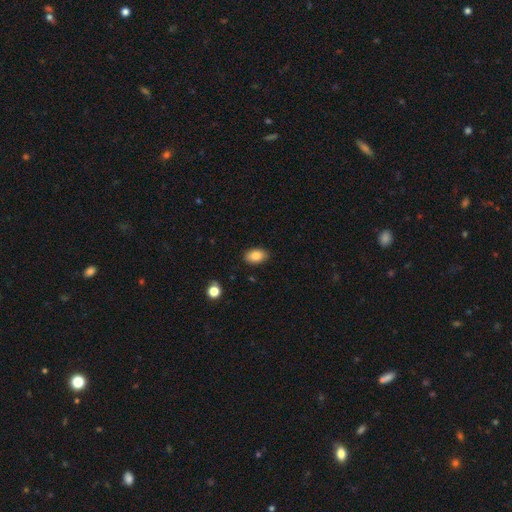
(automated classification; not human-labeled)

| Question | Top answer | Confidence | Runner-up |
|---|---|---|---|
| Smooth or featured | smooth | 86% | star or artifact (8%) |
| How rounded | in between | 89% | round (9%) |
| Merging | none | 88% | minor disturbance (9%) |